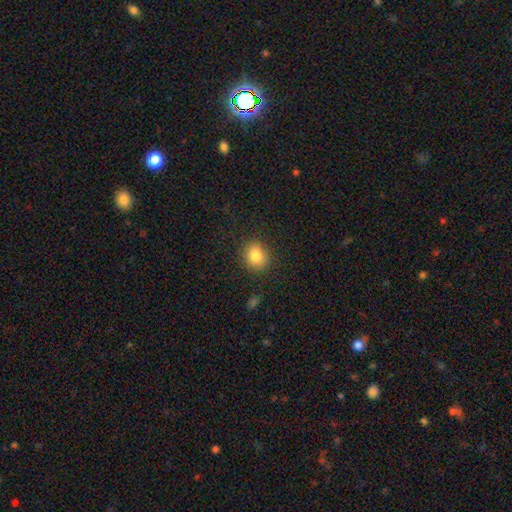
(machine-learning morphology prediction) smooth-or-featured: smooth: 83% | star or artifact: 10% | featured or disk: 7%
  how-rounded: round: 69% | in between: 30% | cigar-shaped: 1%
  merging: none: 87% | minor disturbance: 9% | major disturbance: 3% | merger: 1%